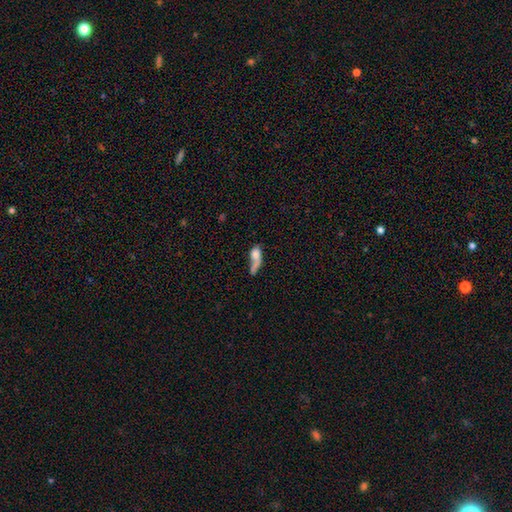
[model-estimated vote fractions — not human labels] A smooth galaxy with no disk features (61%) that is in between round and cigar-shaped (61%).

Vote fractions:
- Smooth or featured? smooth: 61% / featured or disk: 28% / star or artifact: 11%
- How rounded? in between: 61% / cigar-shaped: 25% / round: 14%
- Merging? merger: 33% / major disturbance: 31% / none: 21% / minor disturbance: 15%